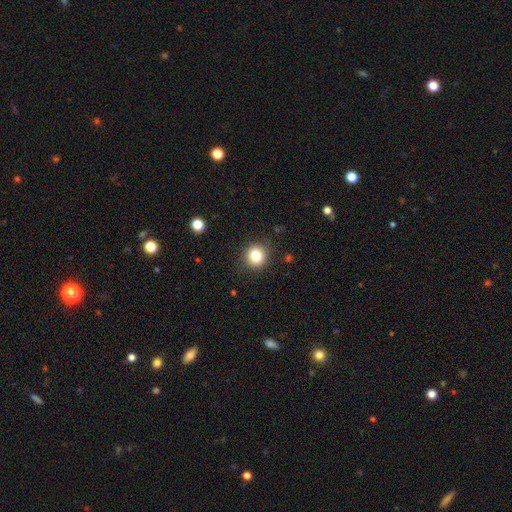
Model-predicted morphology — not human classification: Smooth or featured? smooth (82%)
How rounded? round (90%)
Merging? none (89%)